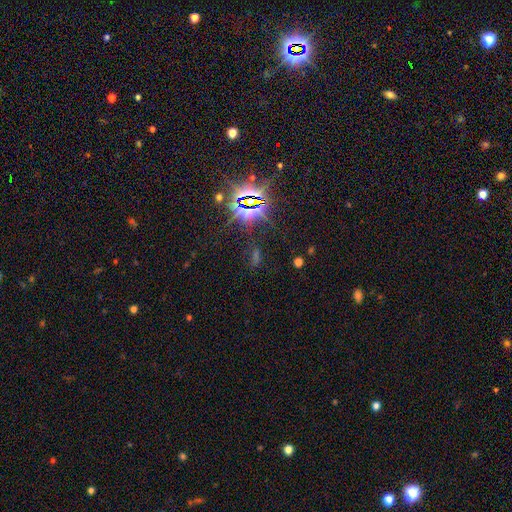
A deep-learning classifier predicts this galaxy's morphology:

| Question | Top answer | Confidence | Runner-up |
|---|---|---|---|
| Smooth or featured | star or artifact | 73% | smooth (17%) |